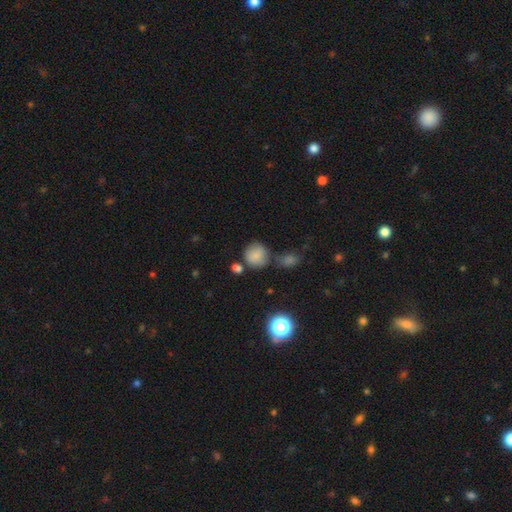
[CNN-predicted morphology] The model was most divided on "merging": none: 59%, merger: 18%, minor disturbance: 18%, major disturbance: 6%. More confident: how rounded — round (83%); smooth or featured — smooth (80%).